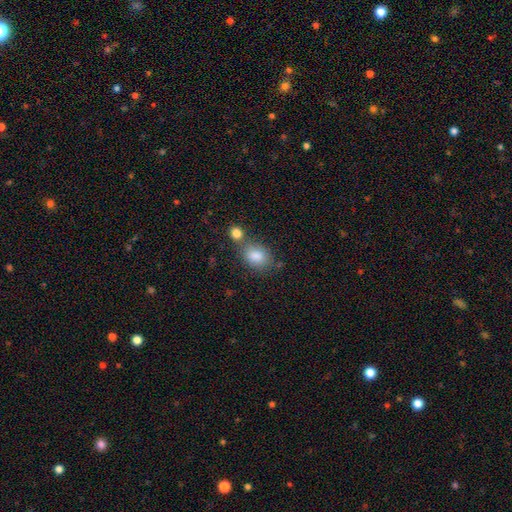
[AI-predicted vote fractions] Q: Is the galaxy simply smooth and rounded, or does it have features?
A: smooth — 83%.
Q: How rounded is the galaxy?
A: in between — 64%.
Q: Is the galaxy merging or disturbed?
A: none — 56%.